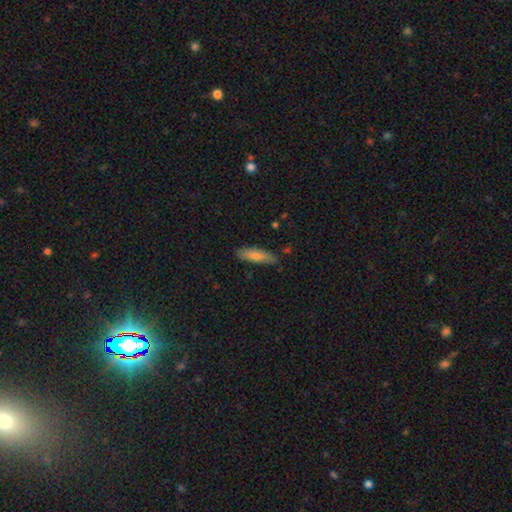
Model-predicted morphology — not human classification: Smooth or featured? smooth (69%)
How rounded? cigar-shaped (66%)
Merging? none (82%)